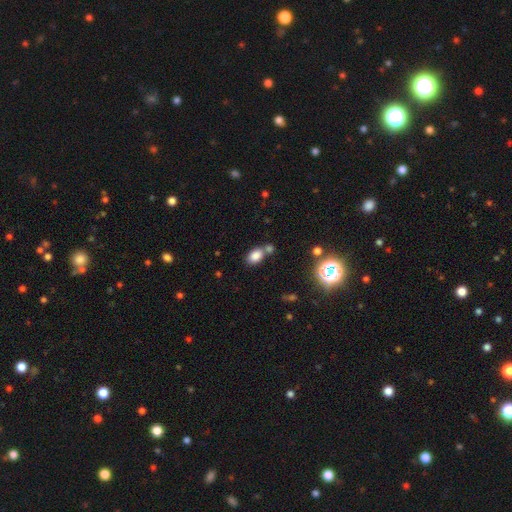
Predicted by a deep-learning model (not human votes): Q: Smooth or featured?
A: smooth (81%); runner-up: star or artifact (12%)
Q: How rounded?
A: in between (83%); runner-up: round (15%)
Q: Merging?
A: none (55%); runner-up: merger (28%)